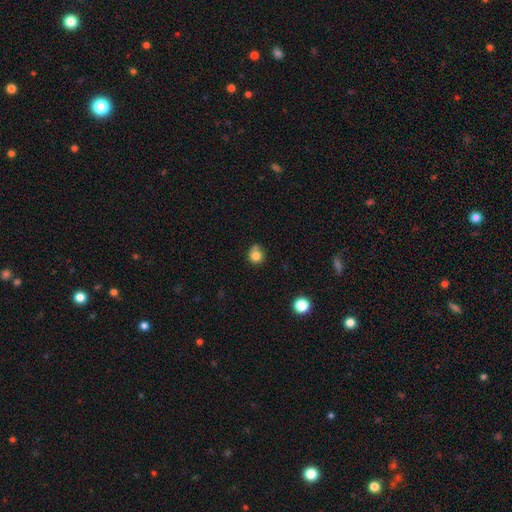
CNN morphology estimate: This appears to be a smooth galaxy with no disk features (81%) that is round (89%). Merging: none (62%).